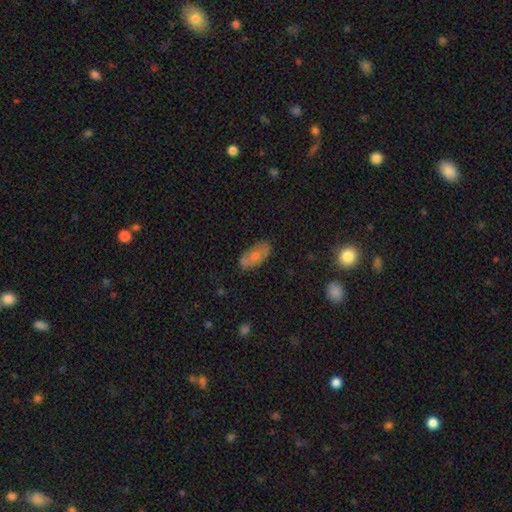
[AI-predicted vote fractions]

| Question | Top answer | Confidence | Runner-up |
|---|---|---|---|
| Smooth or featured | smooth | 67% | featured or disk (24%) |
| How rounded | in between | 87% | cigar-shaped (9%) |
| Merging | none | 72% | minor disturbance (18%) |